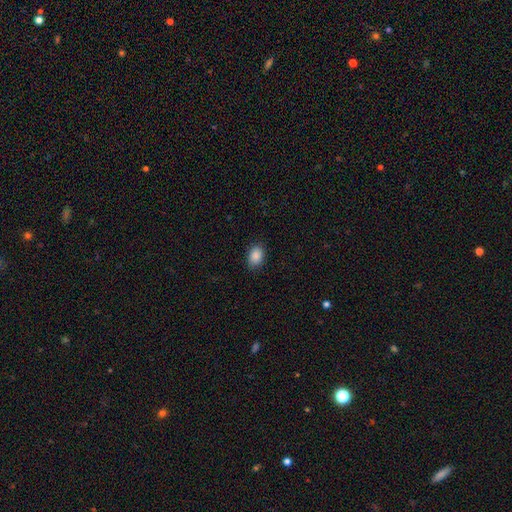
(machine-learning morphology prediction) Overall: smooth (89%). How rounded: in between (83%). Merging: none (88%).